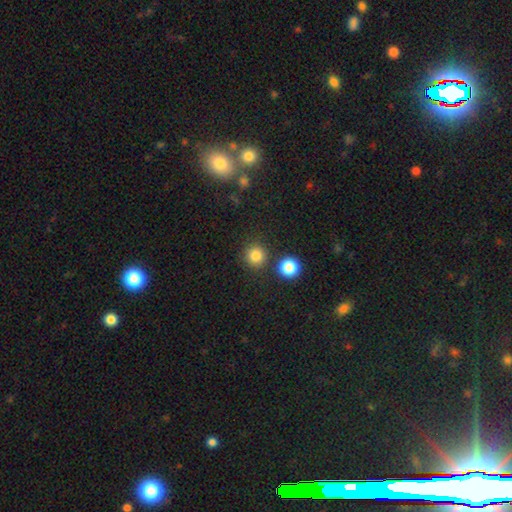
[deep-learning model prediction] This is clearly a smooth galaxy (82%). How rounded: clearly round (94%). Merging: clearly none (85%).